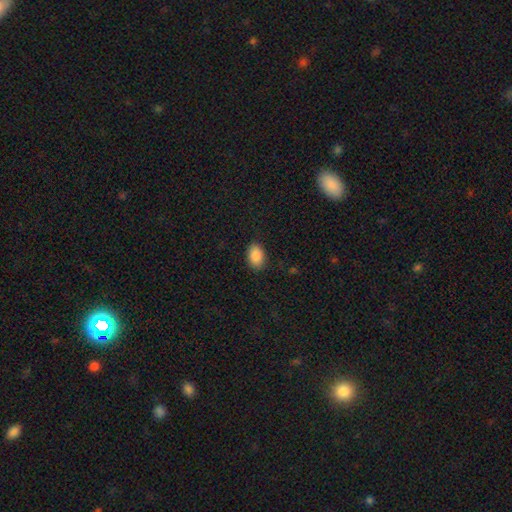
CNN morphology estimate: Smooth or featured?
  - smooth: 88% *
  - star or artifact: 8%
  - featured or disk: 4%
How rounded?
  - in between: 83% *
  - round: 15%
  - cigar-shaped: 1%
Merging?
  - none: 87% *
  - minor disturbance: 10%
  - major disturbance: 2%
  - merger: 1%